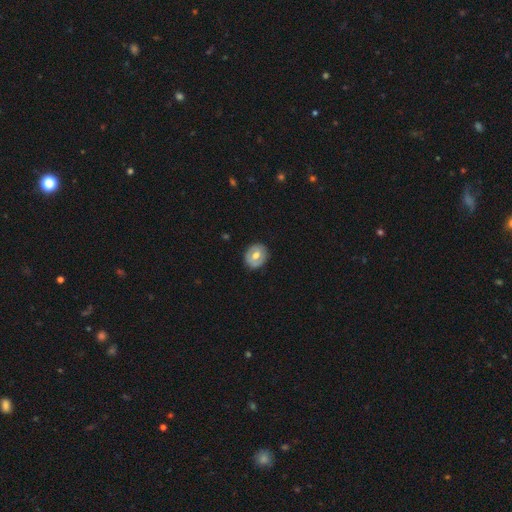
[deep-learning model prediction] A smooth galaxy with no disk features (55%) that is round (74%). Merging: none (86%).